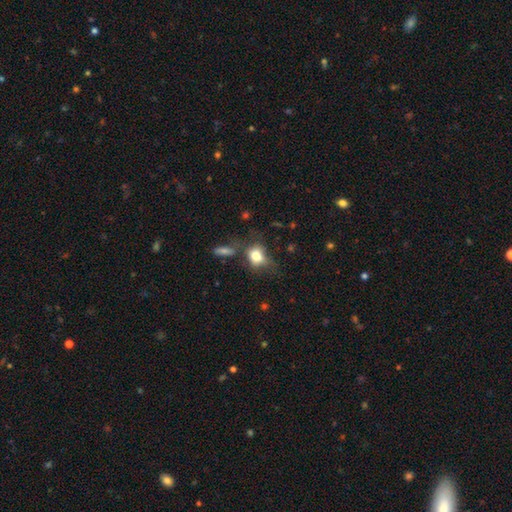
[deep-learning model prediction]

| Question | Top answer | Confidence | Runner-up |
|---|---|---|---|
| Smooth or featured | smooth | 75% | featured or disk (15%) |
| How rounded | in between | 61% | round (37%) |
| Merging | none | 42% | minor disturbance (26%) |